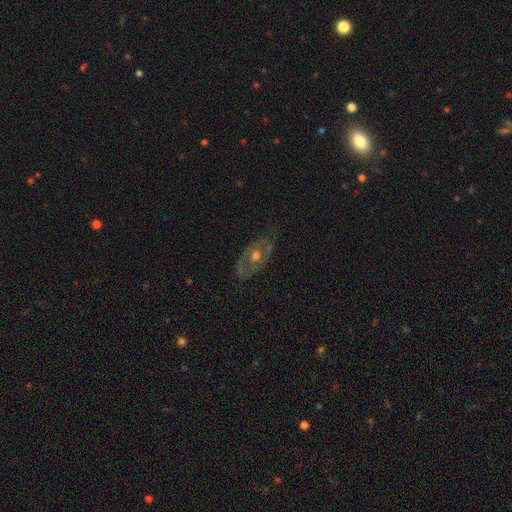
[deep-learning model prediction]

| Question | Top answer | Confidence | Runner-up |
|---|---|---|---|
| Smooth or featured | featured or disk | 66% | smooth (28%) |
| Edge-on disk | no | 88% | yes (12%) |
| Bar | no | 87% | weak (11%) |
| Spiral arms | no | 70% | yes (30%) |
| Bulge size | moderate | 76% | small (14%) |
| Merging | none | 69% | minor disturbance (21%) |